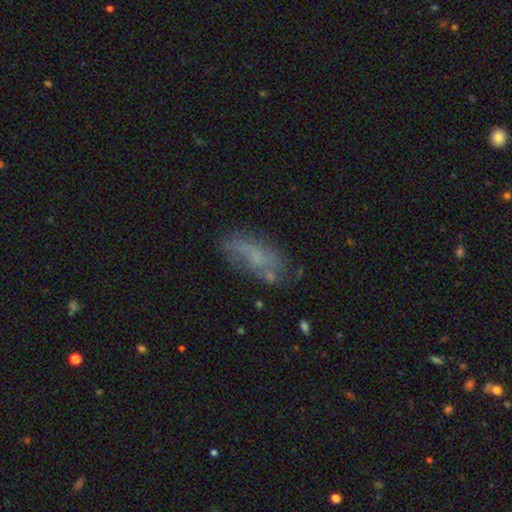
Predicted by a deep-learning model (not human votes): smooth 48%, featured or disk 39%, star or artifact 12%. Down the decision tree: merging — none (51%).